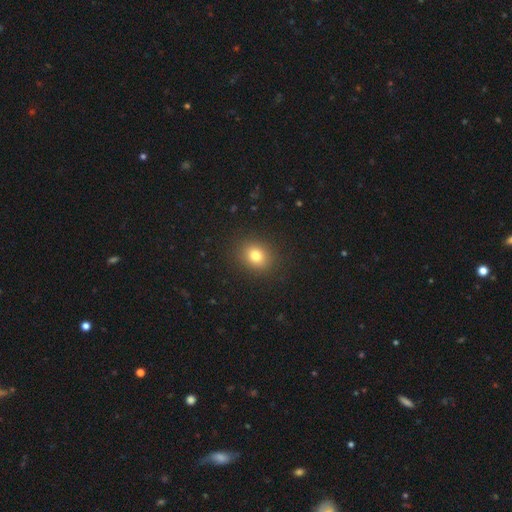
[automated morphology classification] Smooth or featured?
  - smooth: 79% *
  - star or artifact: 12%
  - featured or disk: 8%
How rounded?
  - round: 62% *
  - in between: 38%
  - cigar-shaped: 1%
Merging?
  - none: 89% *
  - minor disturbance: 7%
  - major disturbance: 3%
  - merger: 1%